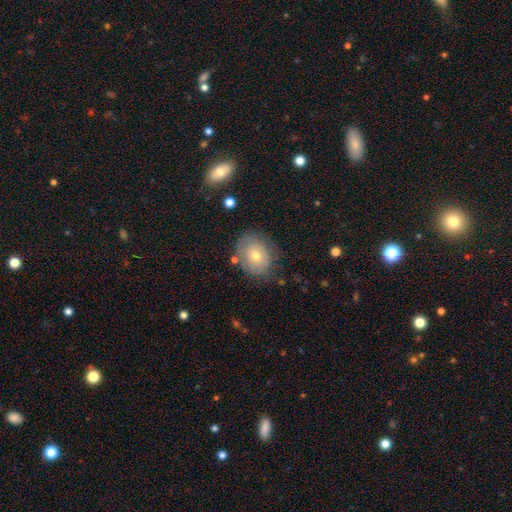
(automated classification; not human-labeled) smooth-or-featured: smooth: 63% | featured or disk: 27% | star or artifact: 10%
  how-rounded: round: 50% | in between: 49% | cigar-shaped: 1%
  merging: none: 74% | minor disturbance: 18% | major disturbance: 5% | merger: 3%